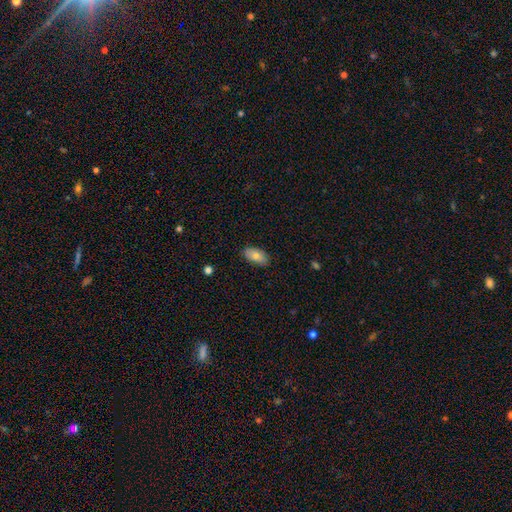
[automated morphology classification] type=smooth (80%); roundness=in between (93%); merging=none (84%).